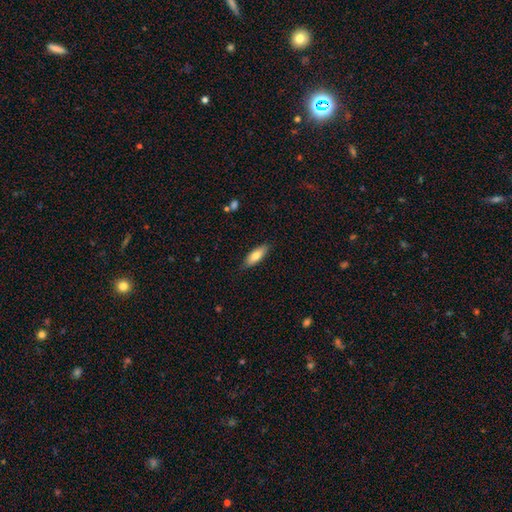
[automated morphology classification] Smooth or featured? smooth (76%)
How rounded? in between (64%)
Merging? none (83%)